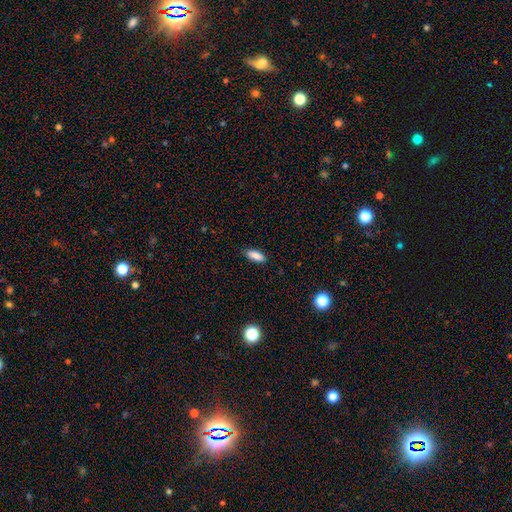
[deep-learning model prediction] Smooth or featured: smooth — 87% (star or artifact — 7%)
How rounded: in between — 70% (cigar-shaped — 28%)
Merging: none — 87% (minor disturbance — 10%)